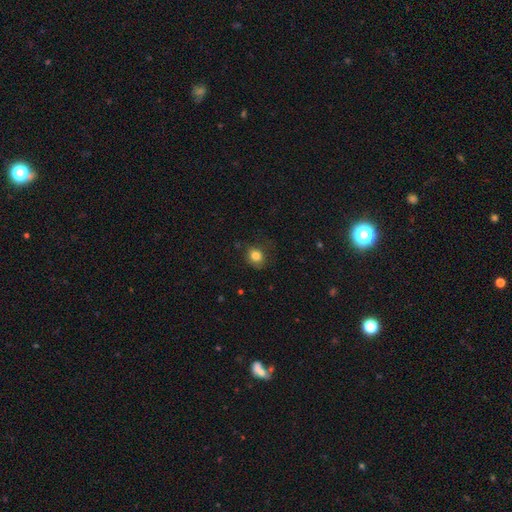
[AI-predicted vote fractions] smooth_or_featured: smooth (p=0.83) [alt: star or artifact p=0.11]
how_rounded: round (p=0.63) [alt: in between p=0.36]
merging: none (p=0.73) [alt: minor disturbance p=0.20]